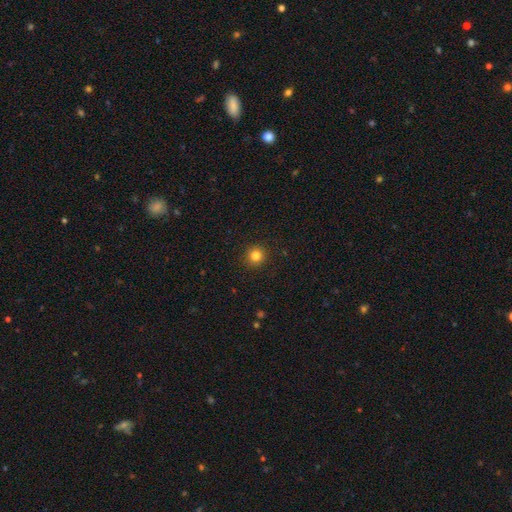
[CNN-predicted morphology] A smooth galaxy with no disk features (83%) that is round (94%). Merging: none (92%).